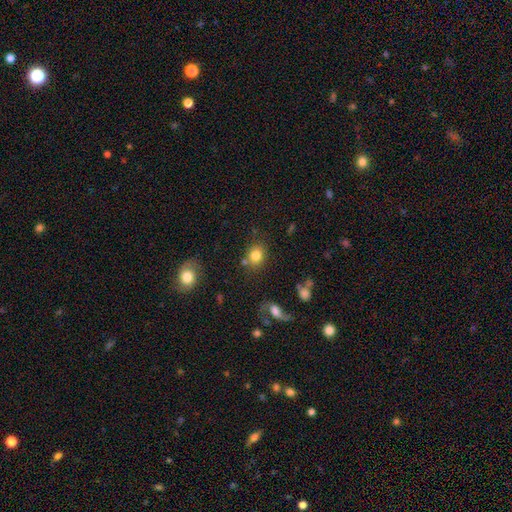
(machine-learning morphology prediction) This is clearly a smooth galaxy (81%). How rounded: likely round (64%). Merging: likely none (74%).